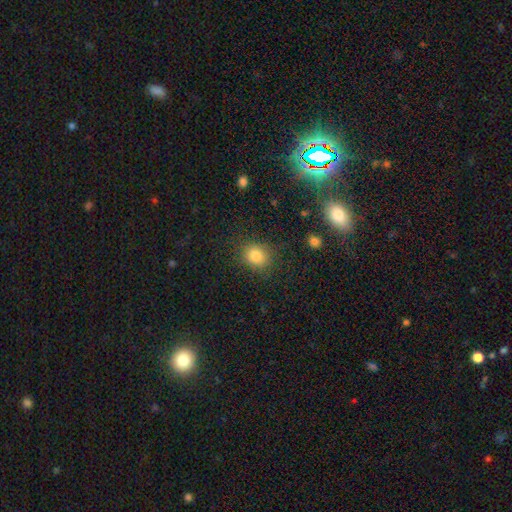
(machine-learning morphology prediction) The model was most divided on "how rounded": round: 69%, in between: 30%, cigar-shaped: 1%. More confident: merging — none (83%); smooth or featured — smooth (82%).